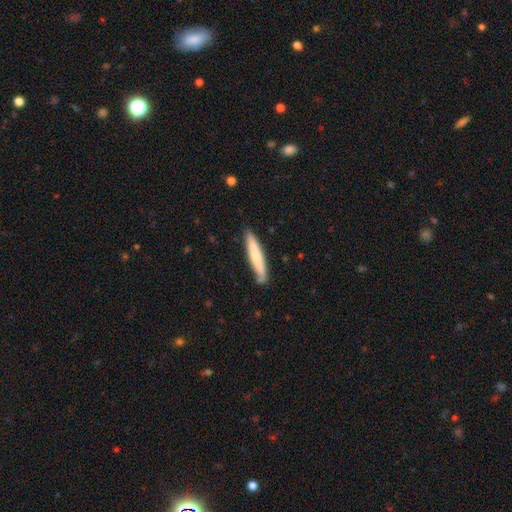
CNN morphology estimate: Overall: smooth (67%; featured or disk 28%). How rounded: cigar-shaped (92%). Merging: none (83%).